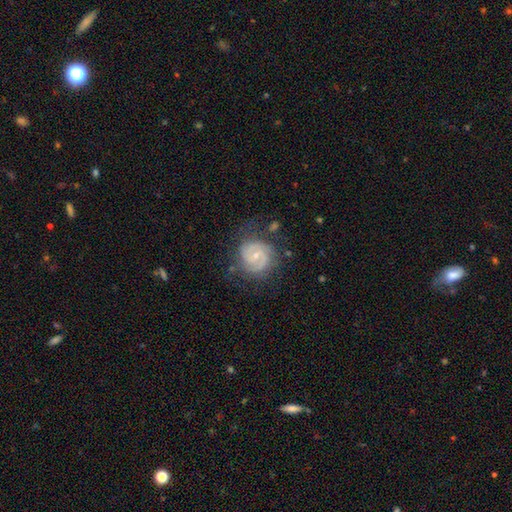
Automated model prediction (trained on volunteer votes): The model was most divided on "bar": no: 49%, weak: 43%, strong: 8%. More confident: edge-on disk — no (98%); spiral arms — yes (95%); smooth or featured — featured or disk (80%); spiral arm count — 2 (73%); merging — none (68%); bulge size — small (65%); spiral winding — tight (52%).